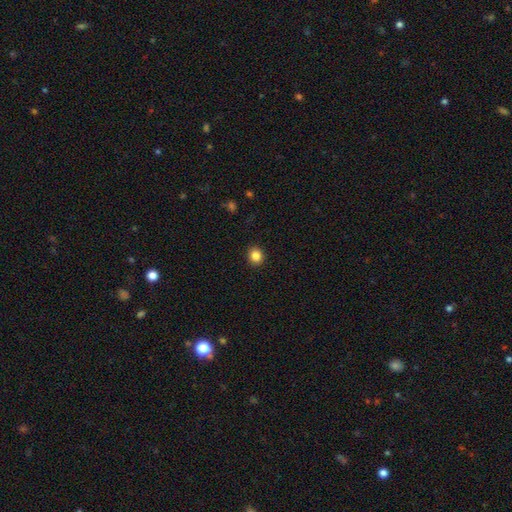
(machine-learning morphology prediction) Smooth or featured?
  - smooth: 84% *
  - star or artifact: 11%
  - featured or disk: 5%
How rounded?
  - round: 79% *
  - in between: 20%
  - cigar-shaped: 1%
Merging?
  - none: 92% *
  - minor disturbance: 6%
  - major disturbance: 2%
  - merger: 1%